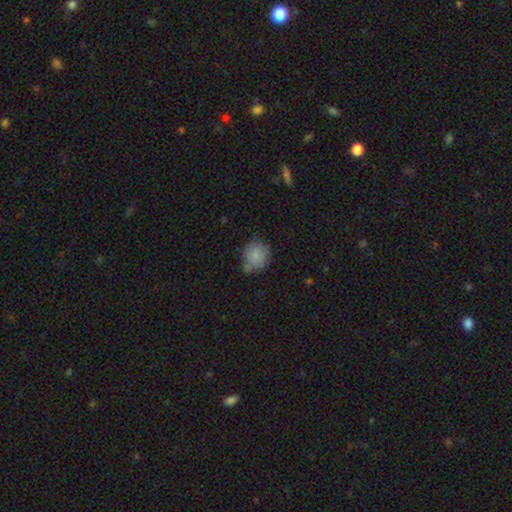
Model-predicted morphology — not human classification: Q: Smooth or featured?
A: smooth (82%); runner-up: star or artifact (9%)
Q: How rounded?
A: round (80%); runner-up: in between (19%)
Q: Merging?
A: none (56%); runner-up: minor disturbance (27%)